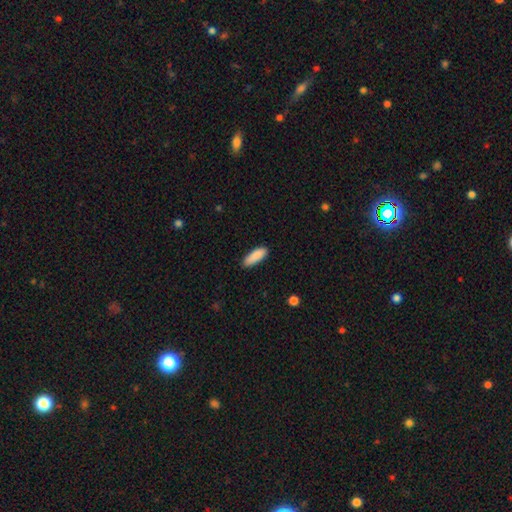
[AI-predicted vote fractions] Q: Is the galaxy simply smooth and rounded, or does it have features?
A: smooth — 89%.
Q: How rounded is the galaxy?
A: in between — 63%.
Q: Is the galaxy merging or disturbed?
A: none — 85%.